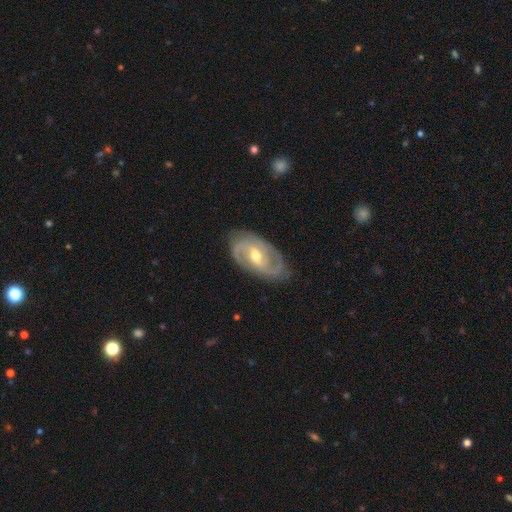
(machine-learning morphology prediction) Smooth or featured? featured or disk (86%)
Edge-on disk? no (95%)
Bar? weak (46%)
Spiral arms? yes (95%)
Spiral winding? tight (45%)
Spiral arm count? 2 (79%)
Bulge size? moderate (67%)
Merging? none (80%)